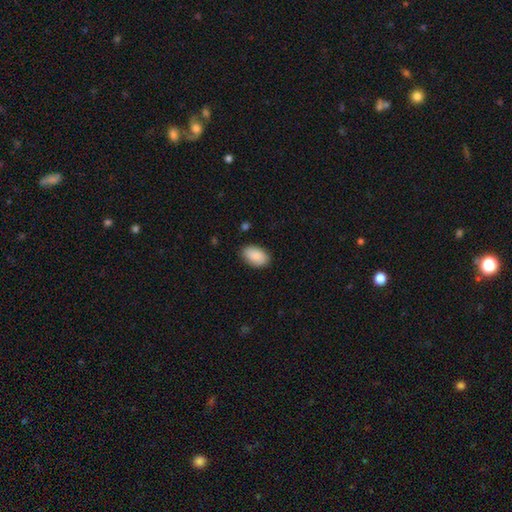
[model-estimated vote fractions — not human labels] smooth_or_featured: smooth (p=0.88) [alt: star or artifact p=0.06]
how_rounded: in between (p=0.93) [alt: round p=0.06]
merging: none (p=0.84) [alt: minor disturbance p=0.12]